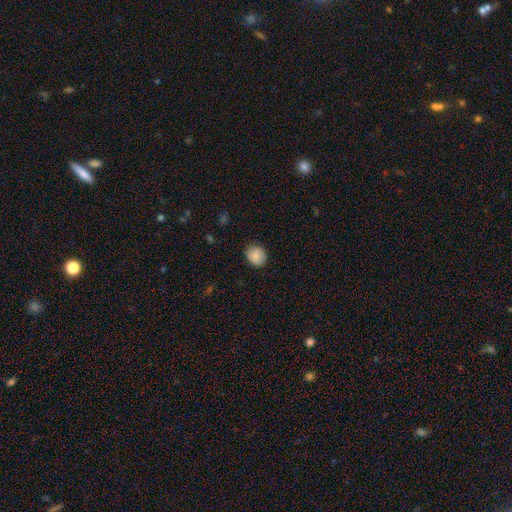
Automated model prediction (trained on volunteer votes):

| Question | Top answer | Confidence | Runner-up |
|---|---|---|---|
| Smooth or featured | smooth | 85% | star or artifact (8%) |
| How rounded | round | 71% | in between (28%) |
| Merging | none | 80% | minor disturbance (16%) |